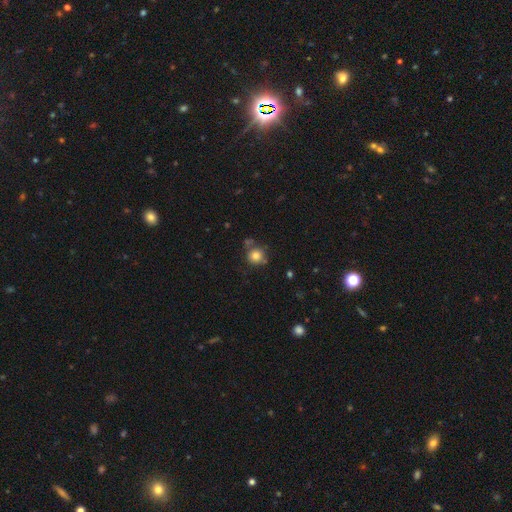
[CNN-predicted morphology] A smooth galaxy with no disk features (81%) that is round (92%).

Vote fractions:
- Smooth or featured? smooth: 81% / star or artifact: 12% / featured or disk: 7%
- How rounded? round: 92% / in between: 7% / cigar-shaped: 1%
- Merging? none: 72% / minor disturbance: 13% / merger: 11% / major disturbance: 4%